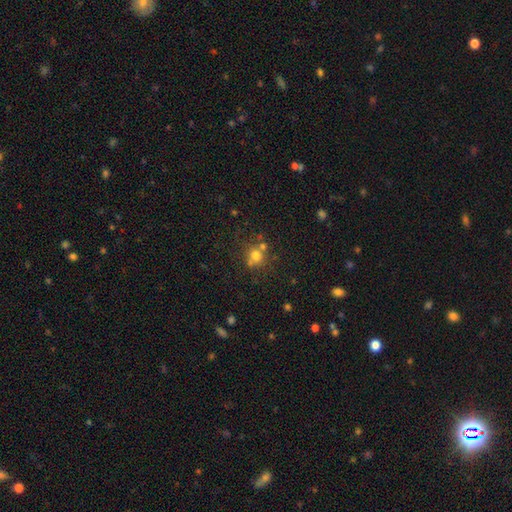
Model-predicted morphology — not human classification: Smooth or featured?
  - smooth: 69% *
  - star or artifact: 18%
  - featured or disk: 12%
How rounded?
  - round: 86% *
  - in between: 13%
  - cigar-shaped: 1%
Merging?
  - none: 61% *
  - merger: 24%
  - minor disturbance: 11%
  - major disturbance: 5%